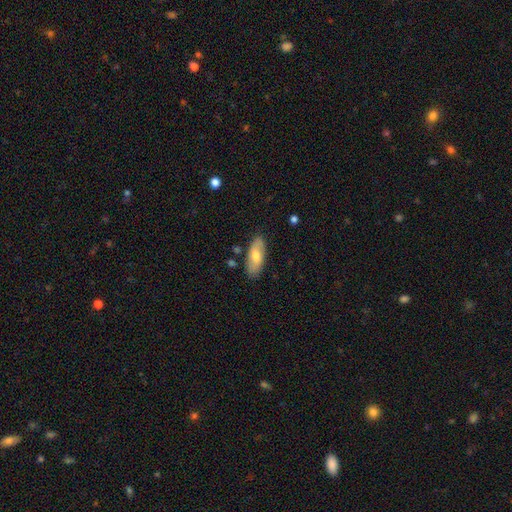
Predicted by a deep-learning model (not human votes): Overall: smooth (64%; featured or disk 30%). How rounded: in between (83%). Merging: none (83%).